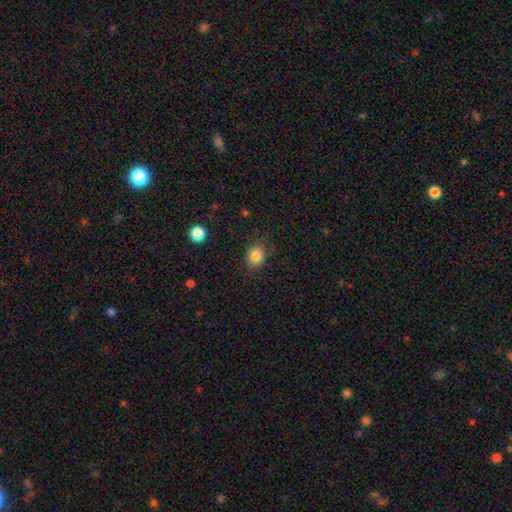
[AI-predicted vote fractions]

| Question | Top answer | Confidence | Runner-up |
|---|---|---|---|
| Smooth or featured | smooth | 85% | star or artifact (11%) |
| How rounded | round | 70% | in between (29%) |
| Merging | none | 83% | minor disturbance (12%) |